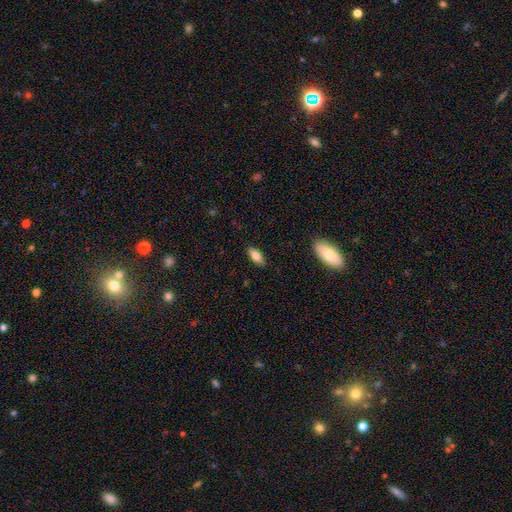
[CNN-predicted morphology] Overall: smooth (75%). How rounded: in between (80%). Merging: none (87%).